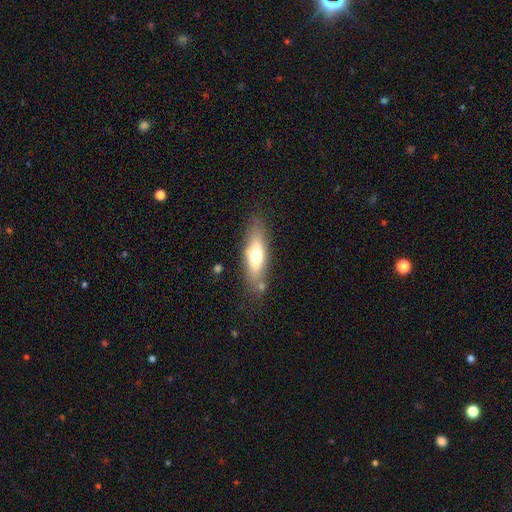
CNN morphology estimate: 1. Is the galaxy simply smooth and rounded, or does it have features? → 60% smooth, 33% featured or disk, 7% star or artifact.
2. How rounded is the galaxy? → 53% in between, 44% cigar-shaped, 3% round.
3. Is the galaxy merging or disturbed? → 75% none, 15% minor disturbance, 6% merger, 4% major disturbance.